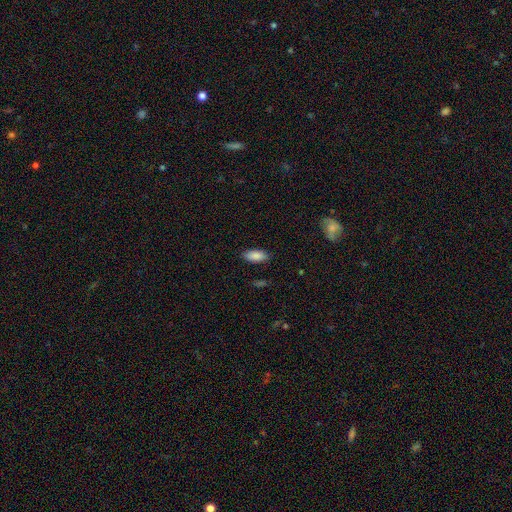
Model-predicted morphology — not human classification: smooth 88%, star or artifact 7%, featured or disk 6%. Down the decision tree: how rounded — in between (86%); merging — none (86%).